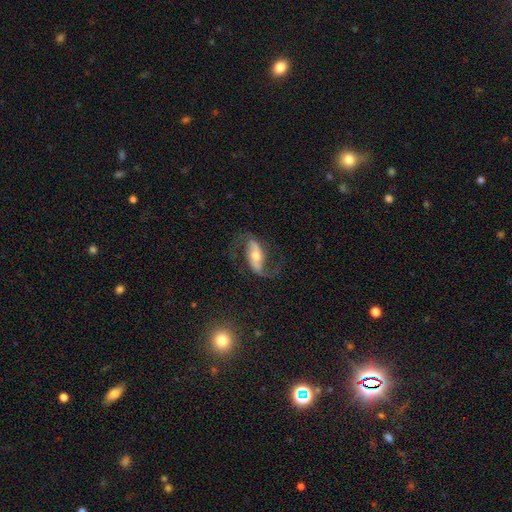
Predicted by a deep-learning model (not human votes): Q: Smooth or featured?
A: featured or disk (86%); runner-up: smooth (9%)
Q: Edge-on disk?
A: no (95%); runner-up: yes (5%)
Q: Bar?
A: strong (43%); runner-up: weak (30%)
Q: Spiral arms?
A: yes (95%); runner-up: no (5%)
Q: Spiral winding?
A: loose (64%); runner-up: medium (29%)
Q: Spiral arm count?
A: 2 (92%); runner-up: 1 (3%)
Q: Bulge size?
A: moderate (58%); runner-up: small (33%)
Q: Merging?
A: none (73%); runner-up: minor disturbance (13%)